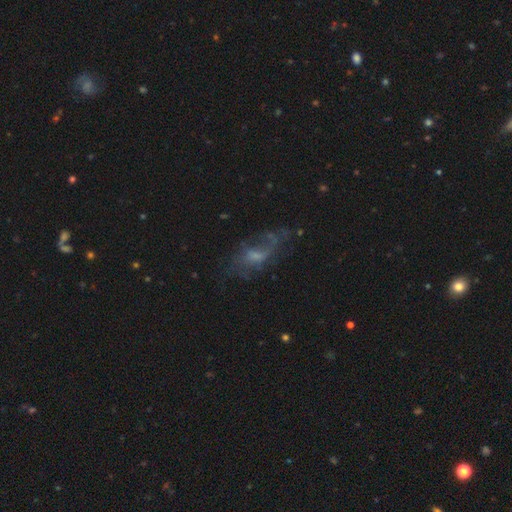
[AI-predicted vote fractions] Morphology: type=featured or disk (61%); edge-on=no (92%); bar=no (50%); spiral arms=yes (65%); bulge=small (41%); merging=none (46%).